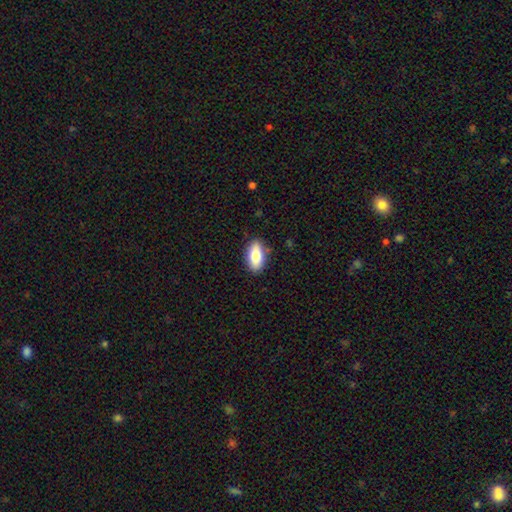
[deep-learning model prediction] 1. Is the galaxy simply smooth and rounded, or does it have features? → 80% smooth, 13% featured or disk, 7% star or artifact.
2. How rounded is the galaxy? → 89% in between, 7% cigar-shaped, 4% round.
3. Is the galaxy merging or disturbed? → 85% none, 11% minor disturbance, 2% major disturbance, 1% merger.